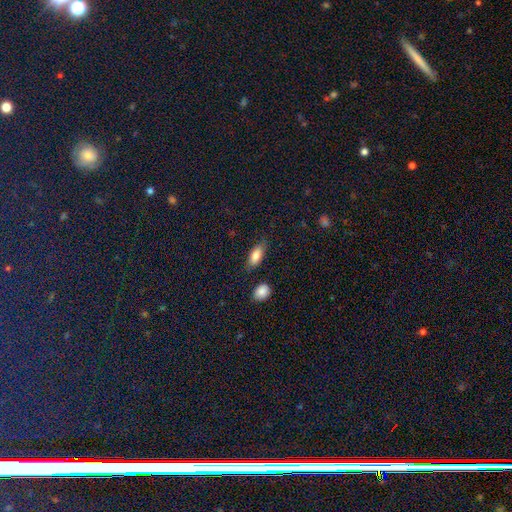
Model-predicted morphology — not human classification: Q: Smooth or featured?
A: smooth (82%); runner-up: featured or disk (11%)
Q: How rounded?
A: in between (82%); runner-up: cigar-shaped (15%)
Q: Merging?
A: none (79%); runner-up: minor disturbance (15%)